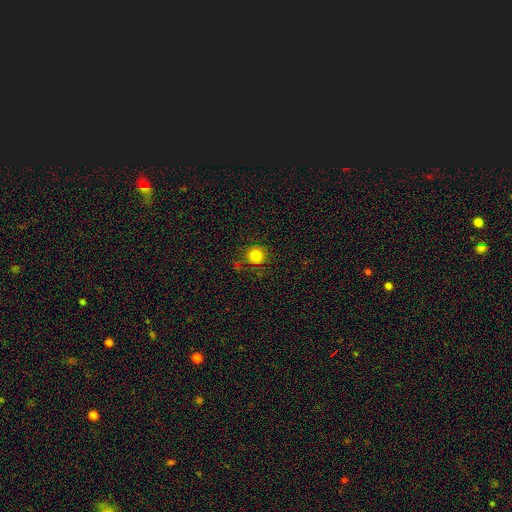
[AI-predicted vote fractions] Smooth or featured: smooth — 83% (star or artifact — 12%)
How rounded: round — 92% (in between — 7%)
Merging: none — 79% (minor disturbance — 13%)